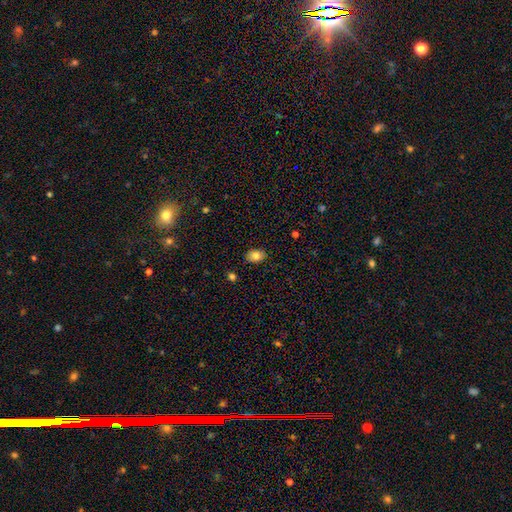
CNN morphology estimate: This is clearly a smooth galaxy (83%). How rounded: likely in between (76%). Merging: clearly none (86%).